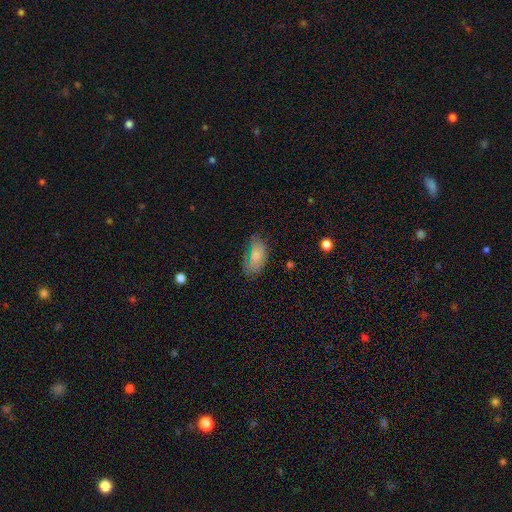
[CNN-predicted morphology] smooth-or-featured: smooth: 76% | featured or disk: 14% | star or artifact: 9%
  how-rounded: in between: 93% | round: 4% | cigar-shaped: 3%
  merging: none: 63% | minor disturbance: 25% | major disturbance: 10% | merger: 2%